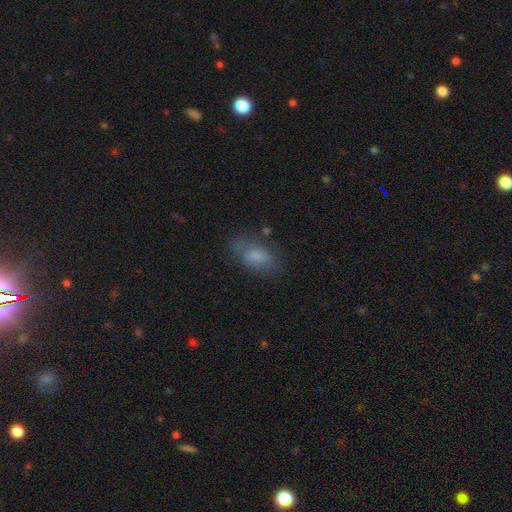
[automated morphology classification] smooth-or-featured: smooth: 71% | featured or disk: 19% | star or artifact: 10%
  how-rounded: in between: 88% | round: 7% | cigar-shaped: 5%
  merging: none: 62% | minor disturbance: 23% | major disturbance: 12% | merger: 3%